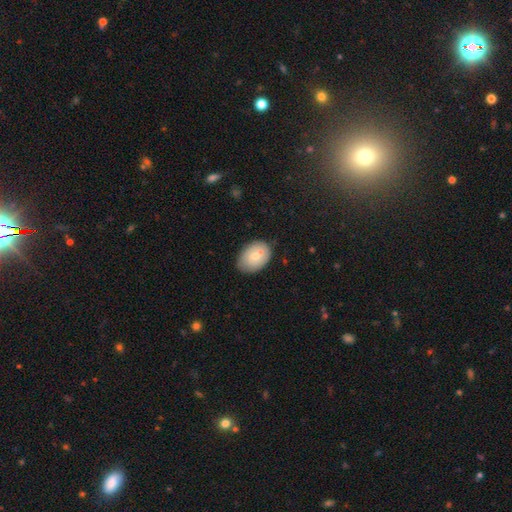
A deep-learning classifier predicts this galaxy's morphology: smooth 54%, featured or disk 39%, star or artifact 7%. Down the decision tree: how rounded — in between (80%); merging — none (66%).